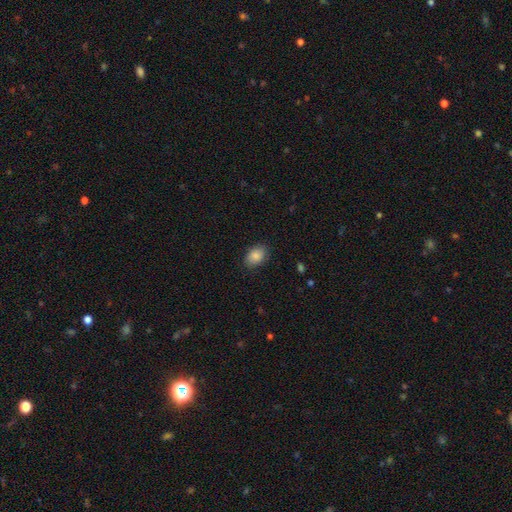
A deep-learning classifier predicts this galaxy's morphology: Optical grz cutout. It shows a smooth galaxy with no disk features (87%) that is in between round and cigar-shaped (84%). Merging: none (84%).